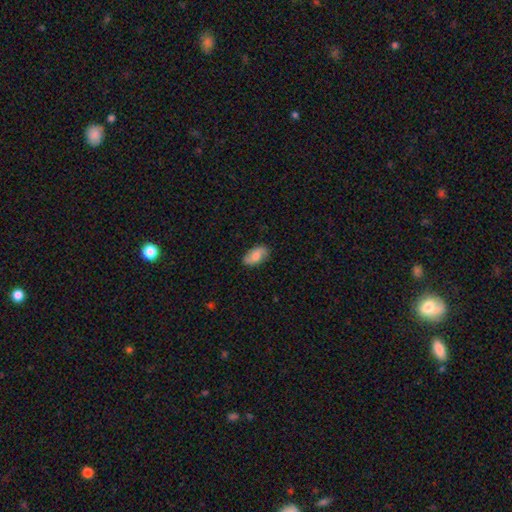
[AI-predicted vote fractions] Morphology: type=smooth (63%); roundness=in between (91%); merging=none (81%).